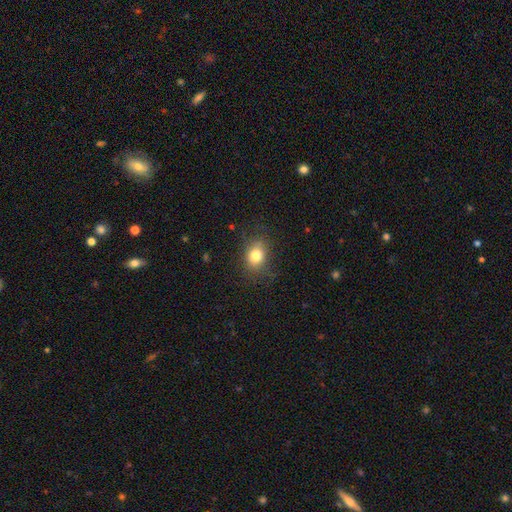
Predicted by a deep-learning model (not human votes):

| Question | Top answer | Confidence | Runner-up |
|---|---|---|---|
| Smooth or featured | smooth | 79% | star or artifact (12%) |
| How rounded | in between | 50% | round (49%) |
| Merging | none | 79% | minor disturbance (14%) |